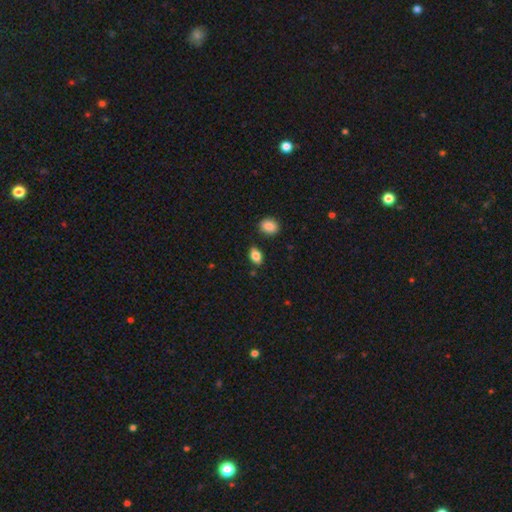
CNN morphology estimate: Q: Smooth or featured?
A: smooth (84%); runner-up: star or artifact (8%)
Q: How rounded?
A: in between (86%); runner-up: round (12%)
Q: Merging?
A: none (82%); runner-up: minor disturbance (11%)